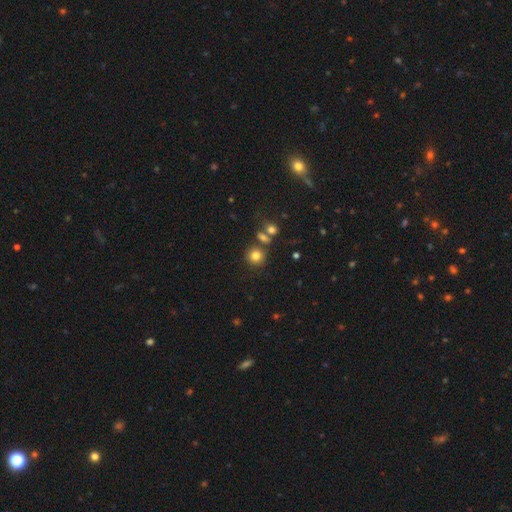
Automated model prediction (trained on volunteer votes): smooth 79%, star or artifact 13%, featured or disk 8%. Down the decision tree: how rounded — round (87%); merging — none (70%).